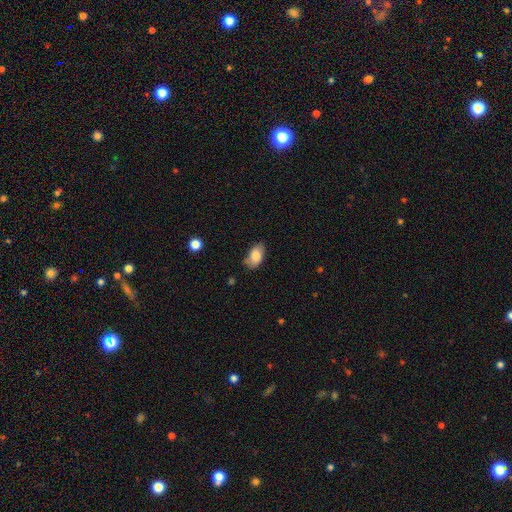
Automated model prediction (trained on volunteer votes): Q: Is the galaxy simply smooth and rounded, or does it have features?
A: smooth — 79%.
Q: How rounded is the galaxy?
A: in between — 92%.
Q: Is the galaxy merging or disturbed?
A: none — 69%.